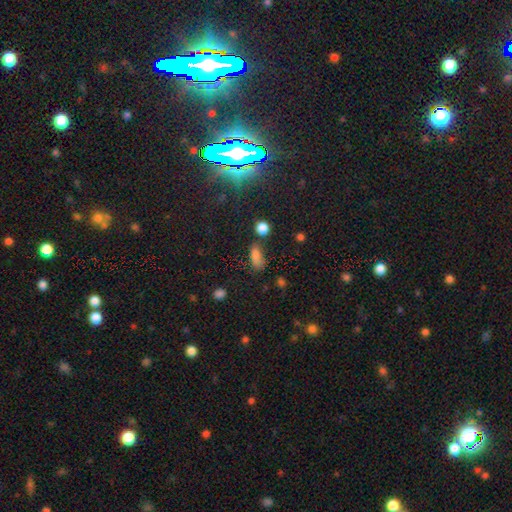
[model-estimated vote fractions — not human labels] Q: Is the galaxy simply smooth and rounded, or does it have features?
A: smooth — 73%.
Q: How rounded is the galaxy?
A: in between — 74%.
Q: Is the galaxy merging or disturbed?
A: none — 59%.